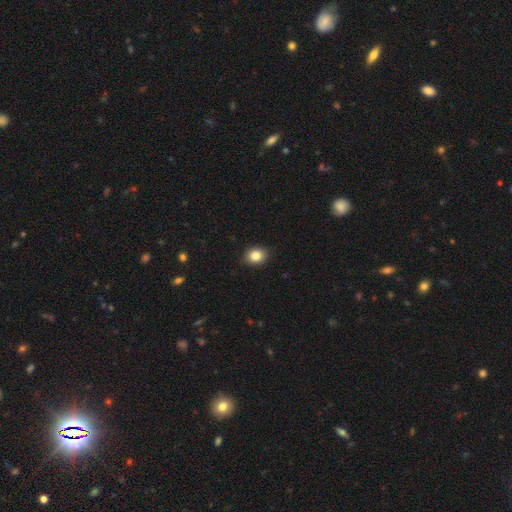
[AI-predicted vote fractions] Smooth or featured? Predicted: smooth (p=0.84). How rounded? Predicted: in between (p=0.56). Merging? Predicted: none (p=0.89).